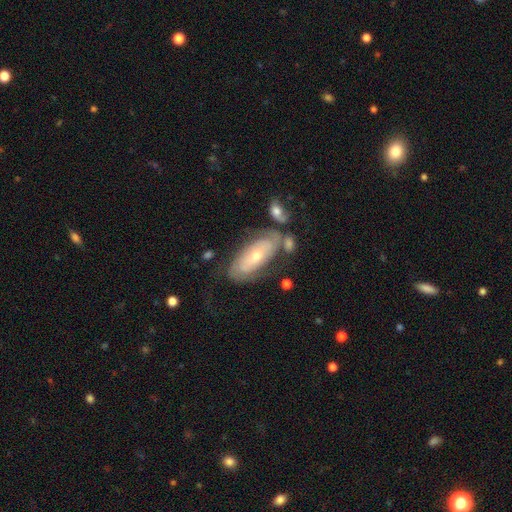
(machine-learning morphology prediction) This appears to be a featured or disk galaxy (67%) with no bar (75%), spiral arms (76%) and a moderate central bulge (49%). Merging: none (58%).